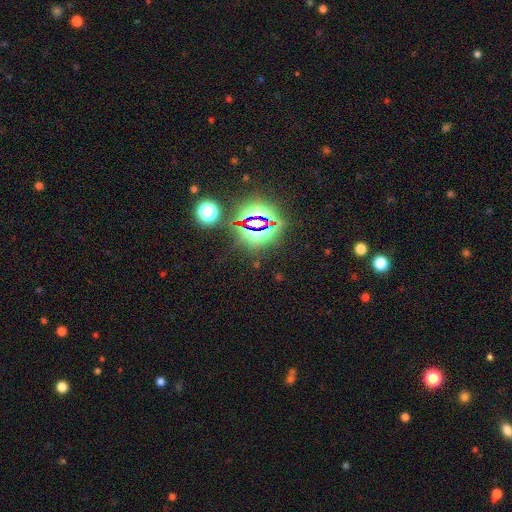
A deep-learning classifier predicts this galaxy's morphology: The model was most divided on "smooth or featured": star or artifact: 79%, smooth: 13%, featured or disk: 7%.